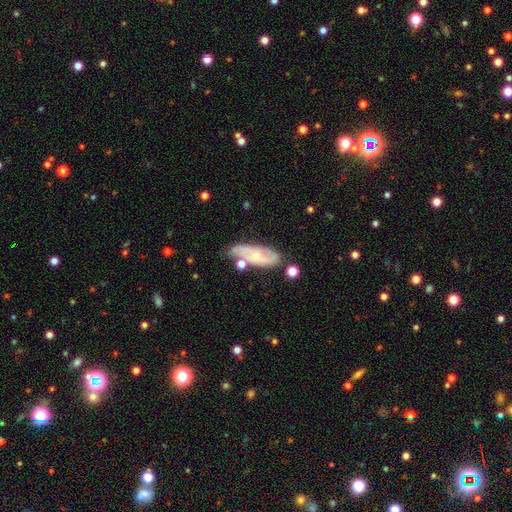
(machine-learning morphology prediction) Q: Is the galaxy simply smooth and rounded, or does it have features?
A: featured or disk — 65%.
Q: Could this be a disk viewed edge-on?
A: no — 86%.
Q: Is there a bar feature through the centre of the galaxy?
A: no — 71%.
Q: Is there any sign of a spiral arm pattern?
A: yes — 78%.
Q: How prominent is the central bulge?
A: small — 53%.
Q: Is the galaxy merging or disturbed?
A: none — 55%.